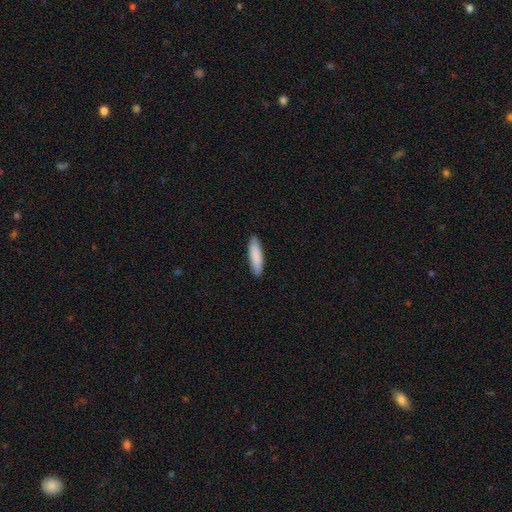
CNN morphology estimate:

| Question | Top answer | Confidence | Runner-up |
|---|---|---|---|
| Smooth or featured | smooth | 88% | featured or disk (7%) |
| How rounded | cigar-shaped | 67% | in between (32%) |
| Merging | none | 90% | minor disturbance (8%) |